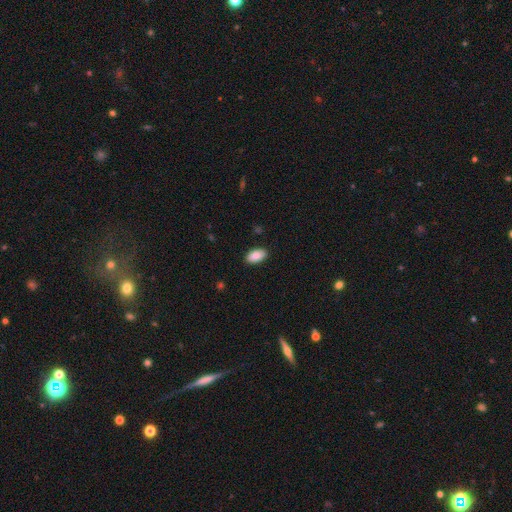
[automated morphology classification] This is clearly a smooth galaxy (90%). How rounded: clearly in between (95%). Merging: clearly none (89%).